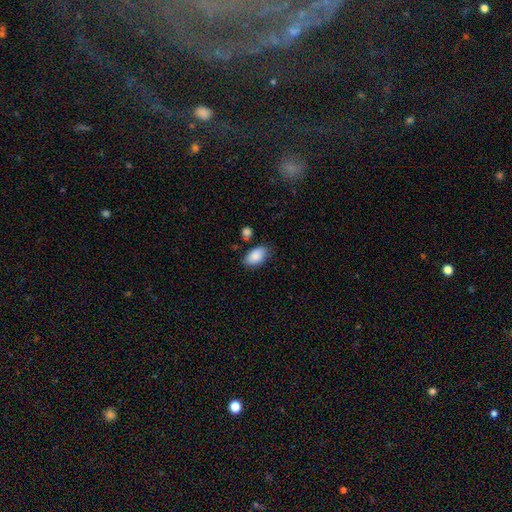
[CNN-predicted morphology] A smooth galaxy with no disk features (87%) that is in between round and cigar-shaped (93%).

Vote fractions:
- Smooth or featured? smooth: 87% / star or artifact: 7% / featured or disk: 6%
- How rounded? in between: 93% / round: 5% / cigar-shaped: 2%
- Merging? none: 75% / minor disturbance: 17% / merger: 5% / major disturbance: 4%